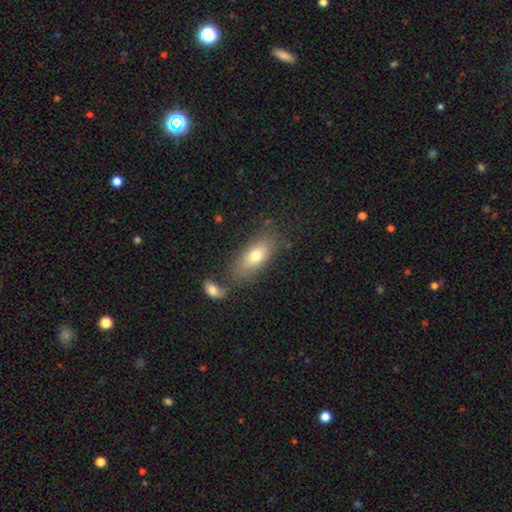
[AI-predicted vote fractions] This appears to be a smooth galaxy with no disk features (73%) that is in between round and cigar-shaped (83%). Merging: none (66%).